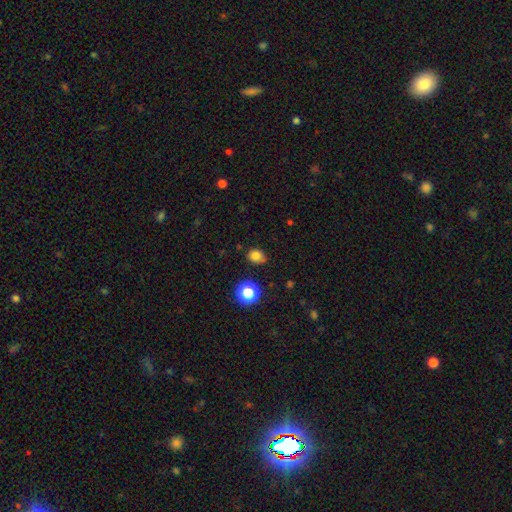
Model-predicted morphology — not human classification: A smooth galaxy with no disk features (79%) that is round (64%).

Vote fractions:
- Smooth or featured? smooth: 79% / star or artifact: 14% / featured or disk: 6%
- How rounded? round: 64% / in between: 36% / cigar-shaped: 1%
- Merging? none: 73% / minor disturbance: 20% / major disturbance: 4% / merger: 3%